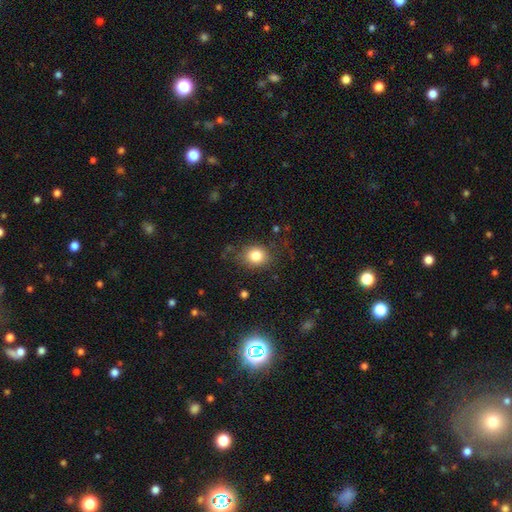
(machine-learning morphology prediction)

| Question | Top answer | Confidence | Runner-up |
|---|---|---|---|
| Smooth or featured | smooth | 82% | star or artifact (10%) |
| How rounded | round | 67% | in between (33%) |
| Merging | none | 77% | minor disturbance (15%) |